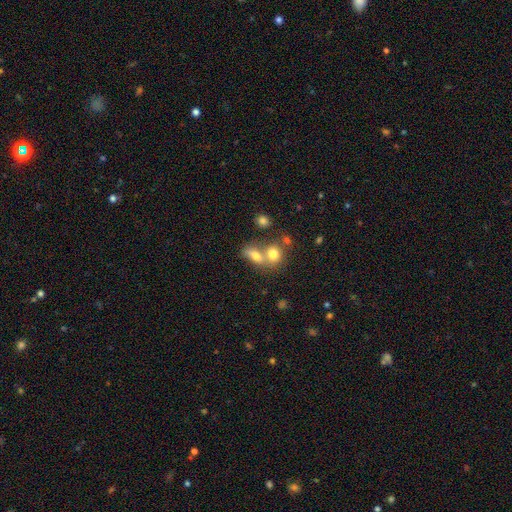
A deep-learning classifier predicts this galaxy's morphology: type=smooth (73%); roundness=in between (62%); merging=merger (56%).